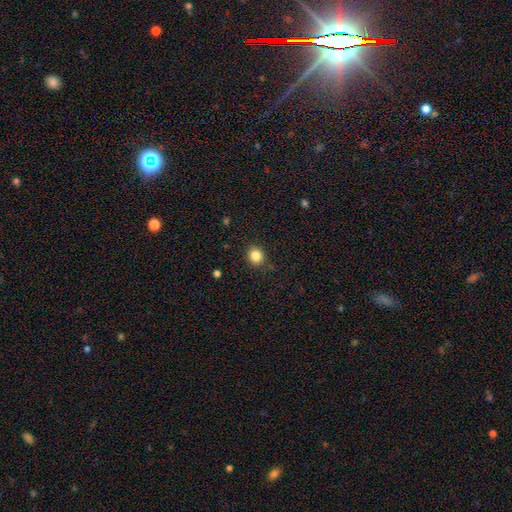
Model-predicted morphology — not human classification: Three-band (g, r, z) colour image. It shows a smooth galaxy with no disk features (84%) that is round (78%). Merging: none (88%).